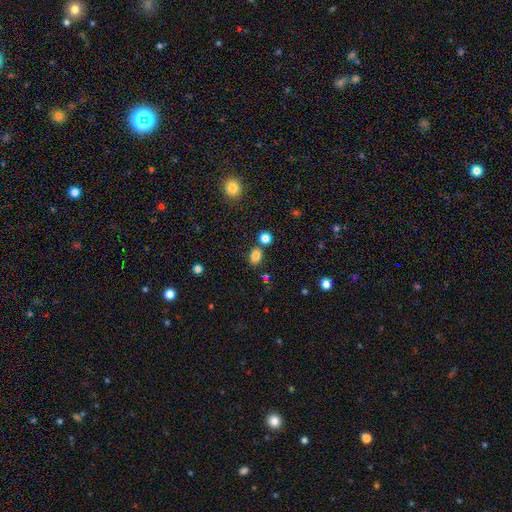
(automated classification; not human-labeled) Smooth or featured: smooth — 83% (star or artifact — 13%)
How rounded: in between — 68% (round — 30%)
Merging: none — 73% (merger — 13%)